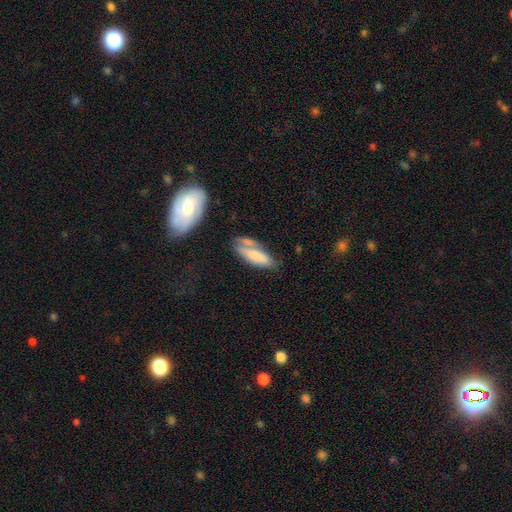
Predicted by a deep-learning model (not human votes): This appears to be a smooth galaxy with no disk features (73%) that is in between round and cigar-shaped (61%). Merging: none (45%).